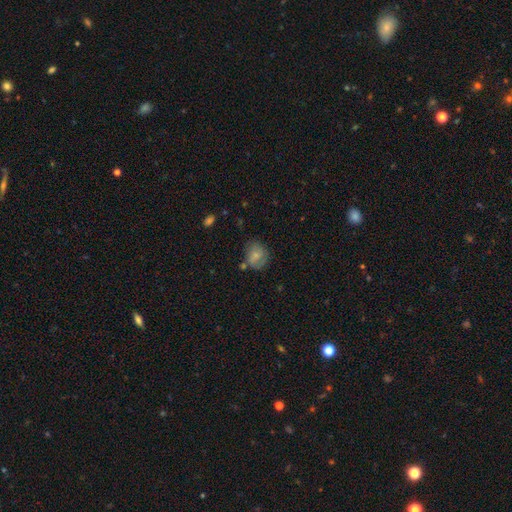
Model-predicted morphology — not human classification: A smooth galaxy with no disk features (73%) that is round (61%). Merging: none (57%).